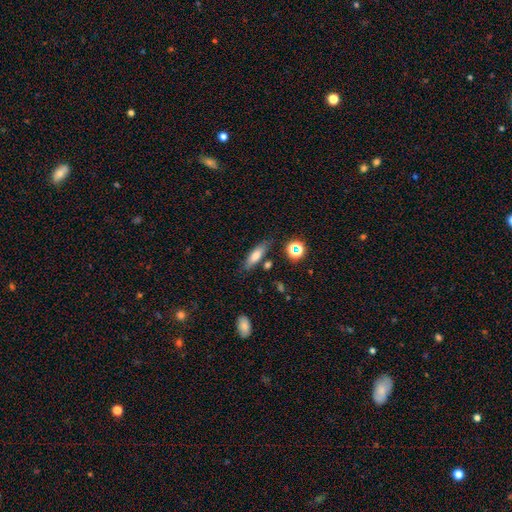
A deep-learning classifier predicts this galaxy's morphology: Smooth or featured? smooth (73%)
How rounded? cigar-shaped (50%)
Merging? none (76%)